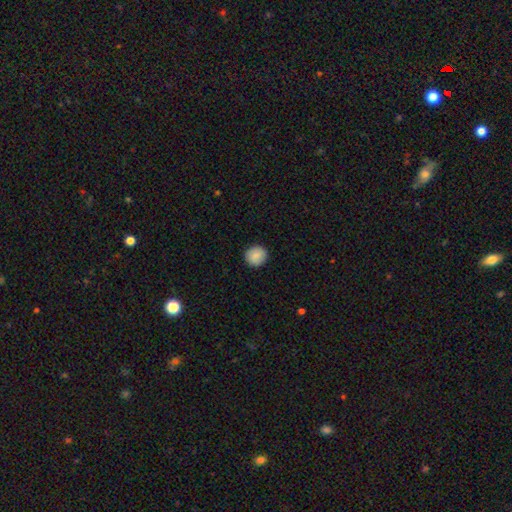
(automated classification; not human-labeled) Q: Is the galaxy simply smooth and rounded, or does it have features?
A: smooth — 86%.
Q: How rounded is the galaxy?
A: round — 94%.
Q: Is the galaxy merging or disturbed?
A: none — 91%.